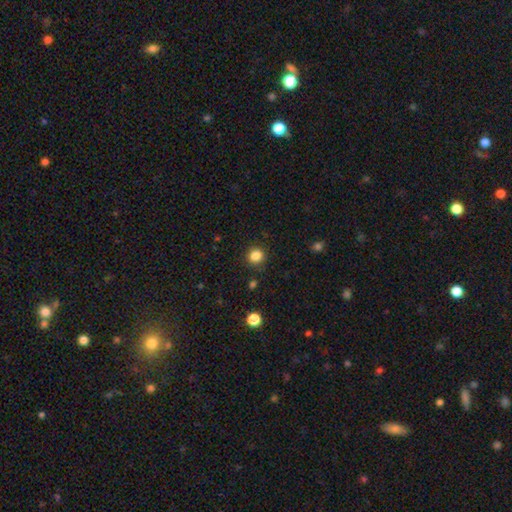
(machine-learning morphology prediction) Smooth or featured? smooth (84%)
How rounded? round (89%)
Merging? none (89%)